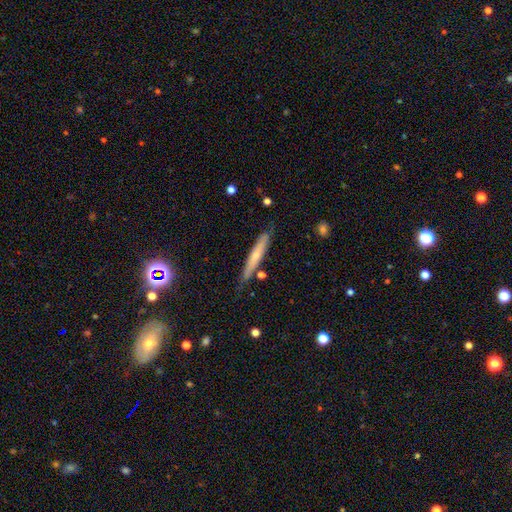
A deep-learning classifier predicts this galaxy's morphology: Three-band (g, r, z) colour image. It shows a smooth galaxy with no disk features (56%) that is cigar-shaped (93%). Merging: none (77%).